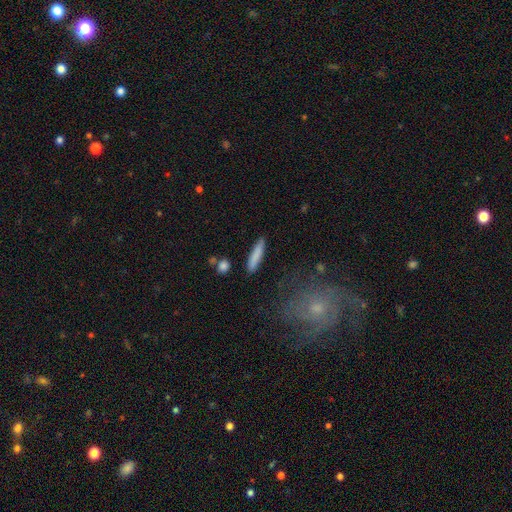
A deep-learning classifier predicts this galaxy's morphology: Smooth or featured? Predicted: smooth (p=0.81). How rounded? Predicted: cigar-shaped (p=0.88). Merging? Predicted: none (p=0.86).